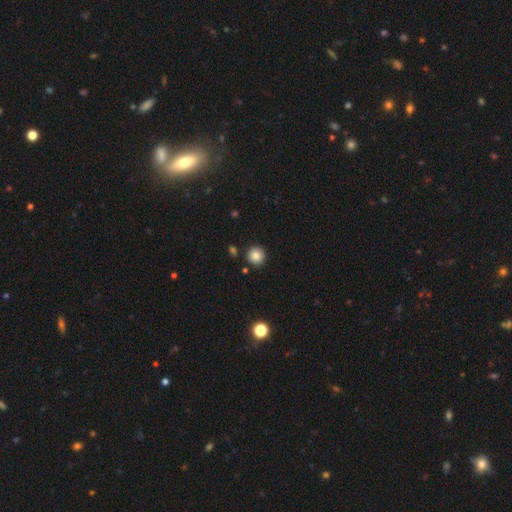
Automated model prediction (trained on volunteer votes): A smooth galaxy with no disk features (85%) that is round (94%).

Vote fractions:
- Smooth or featured? smooth: 85% / star or artifact: 10% / featured or disk: 5%
- How rounded? round: 94% / in between: 5% / cigar-shaped: 1%
- Merging? none: 89% / minor disturbance: 6% / merger: 3% / major disturbance: 2%